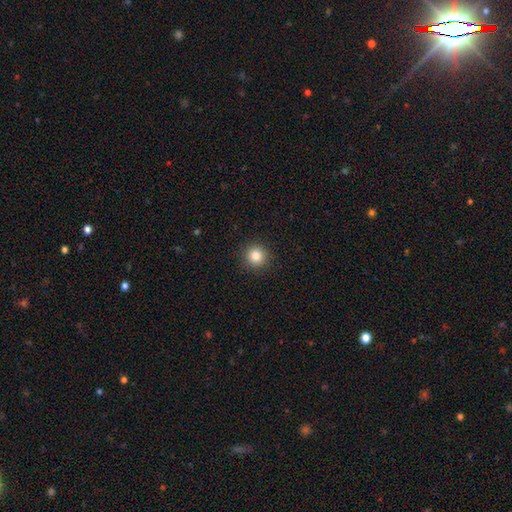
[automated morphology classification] This is clearly a smooth galaxy (85%). How rounded: clearly round (93%). Merging: clearly none (91%).